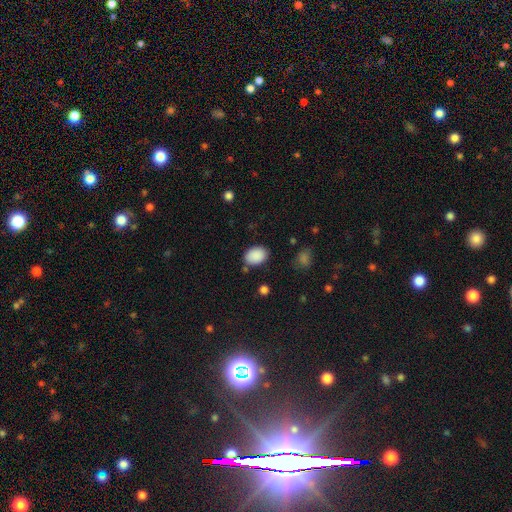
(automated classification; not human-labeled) smooth 89%, star or artifact 8%, featured or disk 3%. Down the decision tree: how rounded — in between (80%); merging — none (81%).